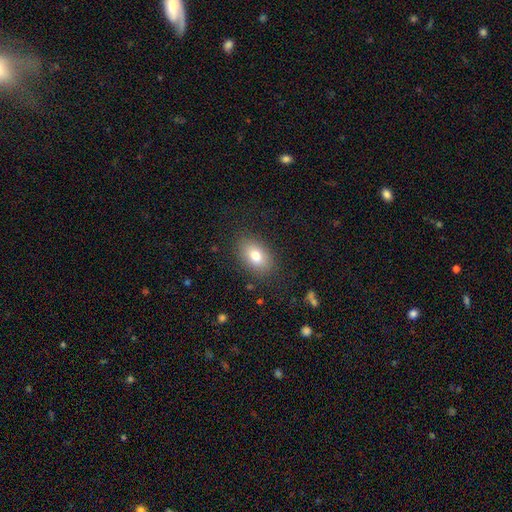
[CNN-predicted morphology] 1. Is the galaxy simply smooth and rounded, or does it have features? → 78% smooth, 13% featured or disk, 9% star or artifact.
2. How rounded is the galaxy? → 86% in between, 13% round, 2% cigar-shaped.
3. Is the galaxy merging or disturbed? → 83% none, 12% minor disturbance, 4% major disturbance, 1% merger.